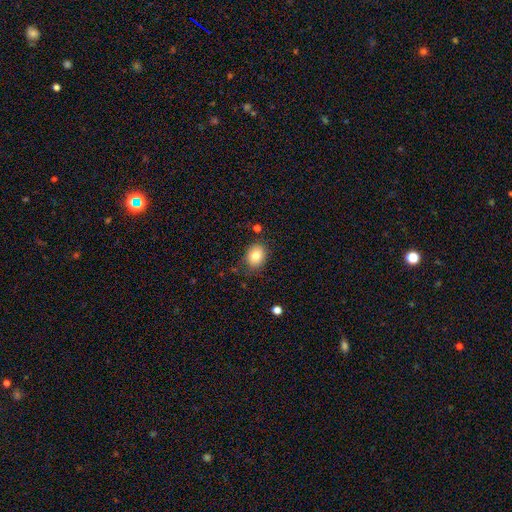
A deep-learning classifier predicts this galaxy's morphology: Smooth or featured?
  - smooth: 81% *
  - star or artifact: 10%
  - featured or disk: 9%
How rounded?
  - round: 52% *
  - in between: 47%
  - cigar-shaped: 1%
Merging?
  - none: 82% *
  - minor disturbance: 13%
  - major disturbance: 3%
  - merger: 3%